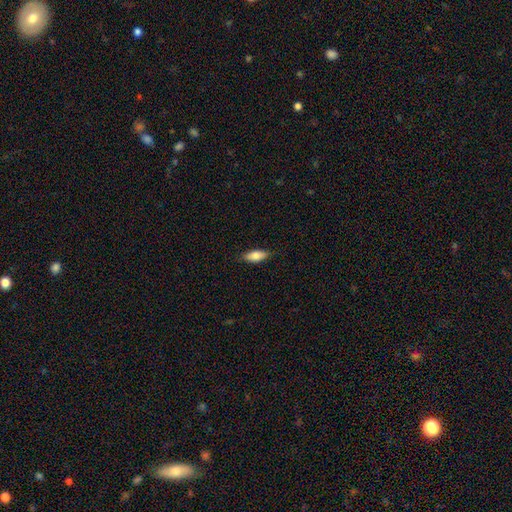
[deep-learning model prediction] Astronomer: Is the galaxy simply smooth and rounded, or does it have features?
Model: smooth — 78%.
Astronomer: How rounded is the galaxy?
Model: in between — 80%.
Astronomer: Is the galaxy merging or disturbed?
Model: none — 84%.